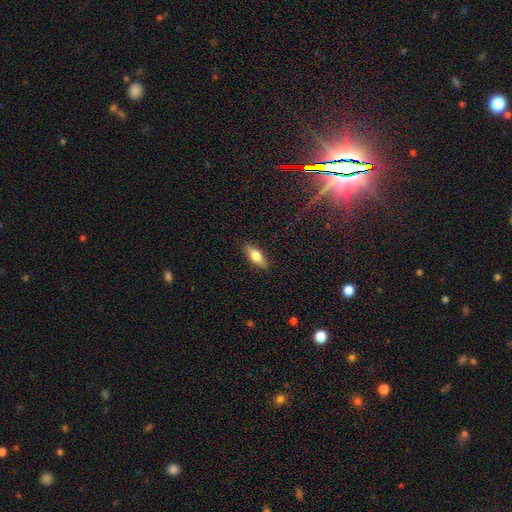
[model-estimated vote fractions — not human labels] The model was most divided on "smooth or featured": smooth: 60%, featured or disk: 33%, star or artifact: 7%. More confident: merging — none (89%); how rounded — in between (63%).